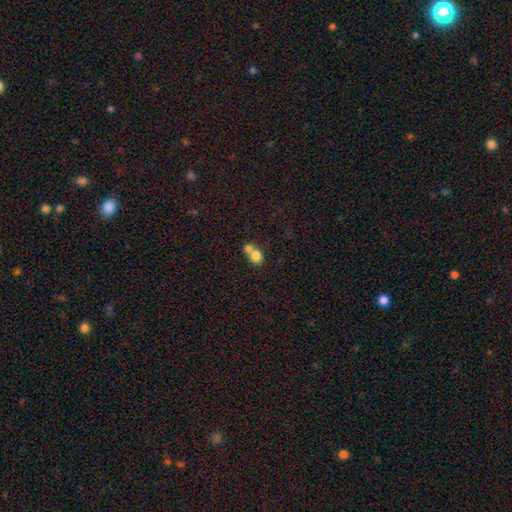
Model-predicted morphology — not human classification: A smooth galaxy with no disk features (78%) that is round (73%). Merging: merger (65%).